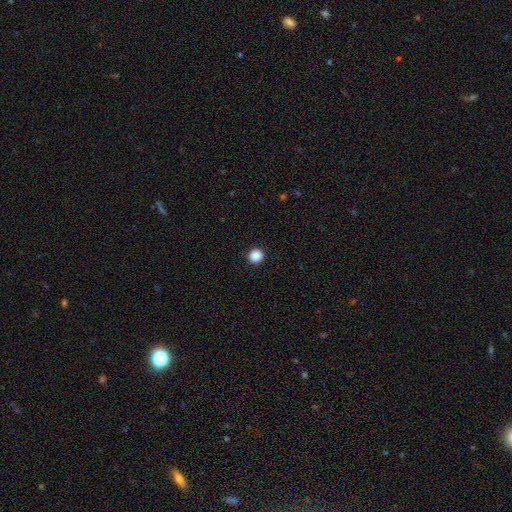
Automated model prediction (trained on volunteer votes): Smooth or featured? Predicted: smooth (p=0.88). How rounded? Predicted: round (p=0.93). Merging? Predicted: none (p=0.93).